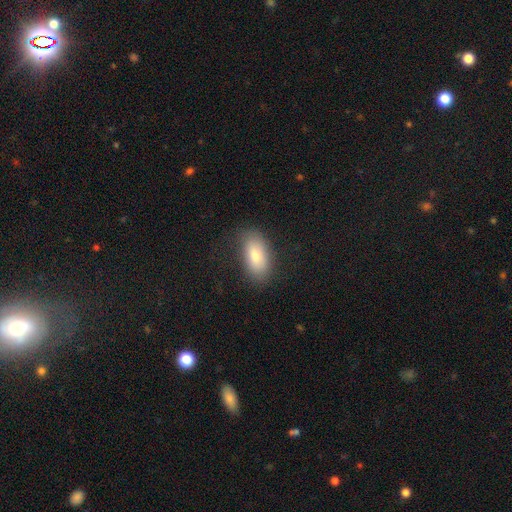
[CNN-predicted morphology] Smooth or featured: smooth — 74% (featured or disk — 17%)
How rounded: in between — 90% (round — 5%)
Merging: none — 77% (minor disturbance — 16%)